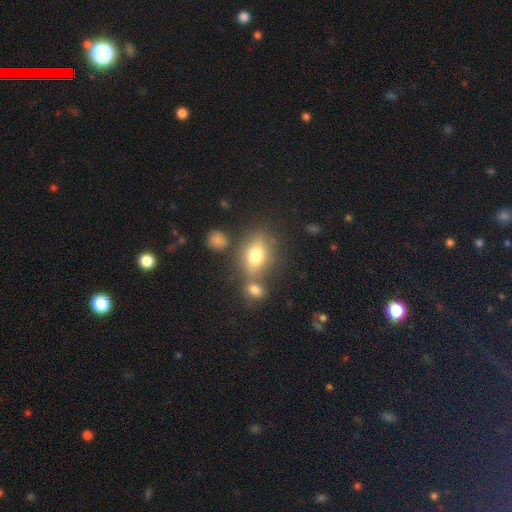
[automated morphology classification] The model was most divided on "merging": none: 57%, merger: 24%, minor disturbance: 13%, major disturbance: 6%. More confident: smooth or featured — smooth (73%); how rounded — in between (71%).